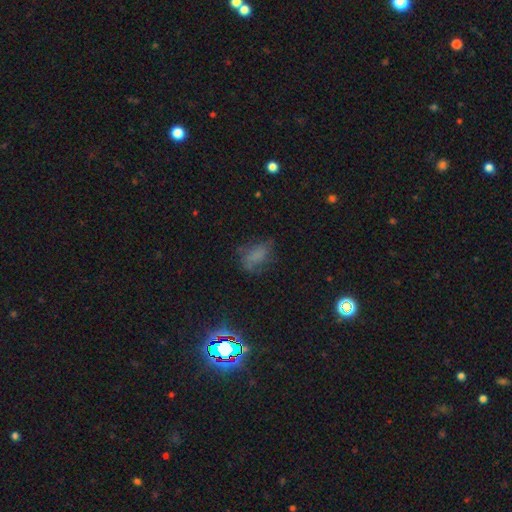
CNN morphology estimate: smooth_or_featured: smooth (p=0.55) [alt: star or artifact p=0.23]
how_rounded: in between (p=0.80) [alt: round p=0.15]
merging: none (p=0.53) [alt: minor disturbance p=0.26]